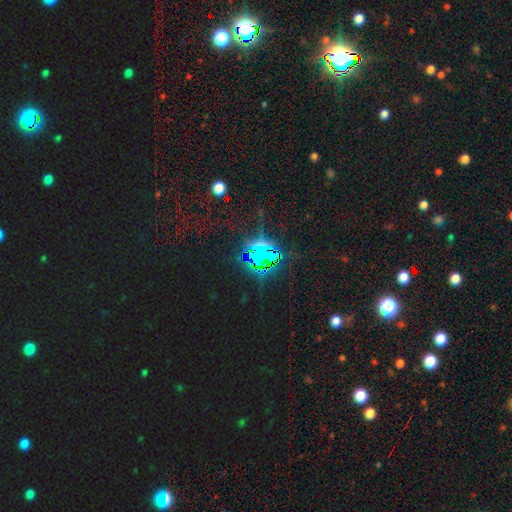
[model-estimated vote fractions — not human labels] star or artifact 80%, smooth 11%, featured or disk 9%.